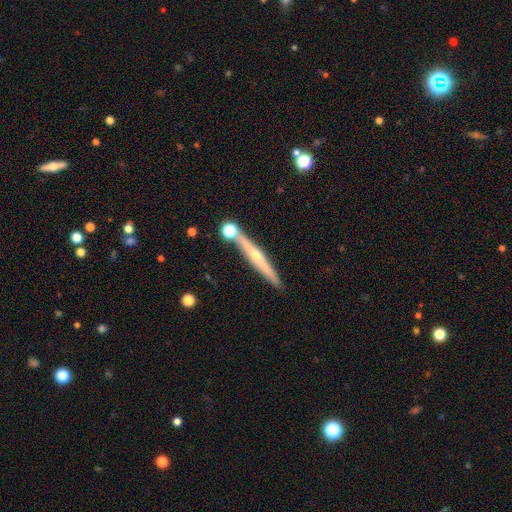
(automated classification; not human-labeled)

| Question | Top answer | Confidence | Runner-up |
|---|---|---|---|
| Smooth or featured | featured or disk | 69% | smooth (24%) |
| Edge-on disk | yes | 96% | no (4%) |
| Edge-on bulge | rounded | 82% | none (15%) |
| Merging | none | 80% | minor disturbance (9%) |